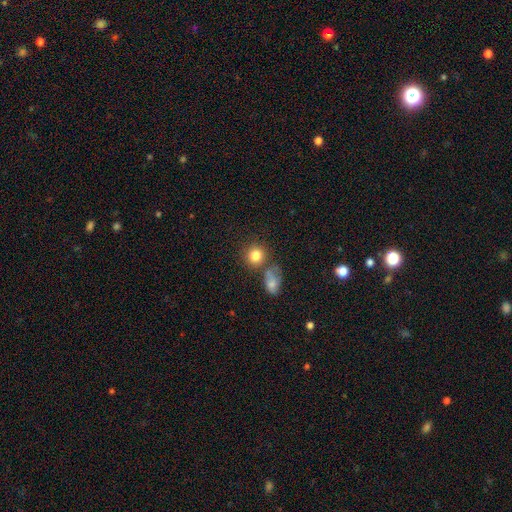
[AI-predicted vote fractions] The model was most divided on "merging": none: 66%, merger: 18%, minor disturbance: 11%, major disturbance: 5%. More confident: how rounded — round (84%); smooth or featured — smooth (82%).